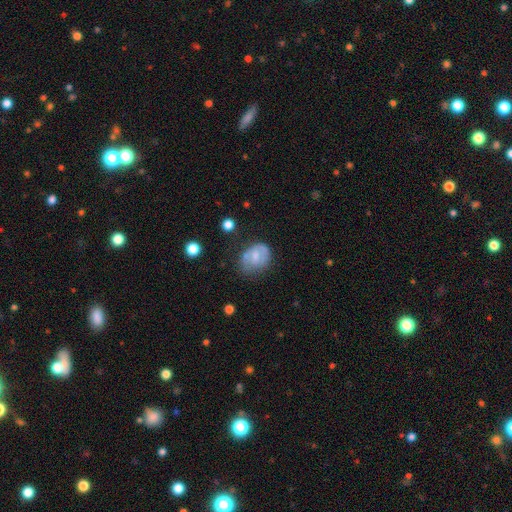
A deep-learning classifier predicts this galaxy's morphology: Smooth or featured? smooth (54%)
How rounded? in between (60%)
Merging? none (45%)